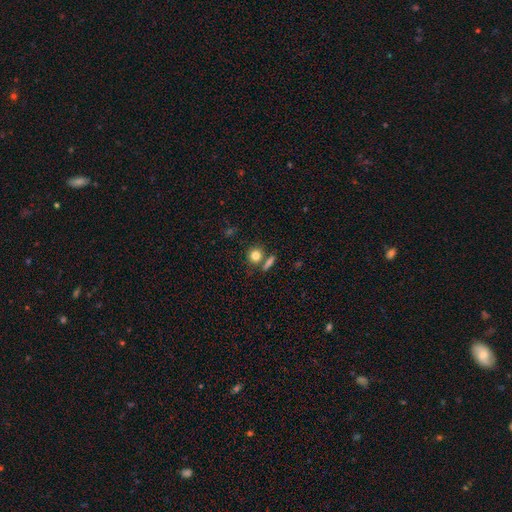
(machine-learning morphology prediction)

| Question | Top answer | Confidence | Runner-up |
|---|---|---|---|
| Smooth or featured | smooth | 81% | star or artifact (10%) |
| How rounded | round | 84% | in between (14%) |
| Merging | none | 71% | merger (16%) |